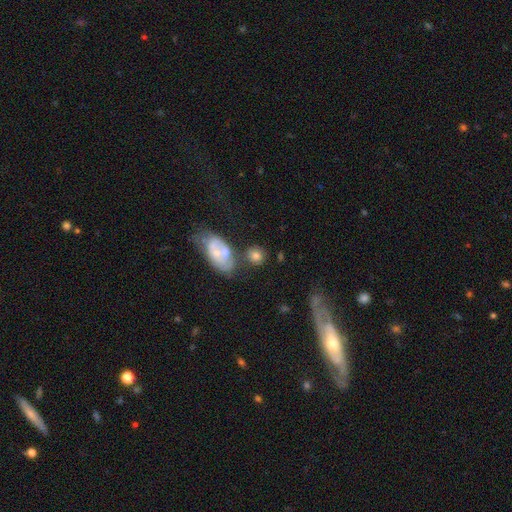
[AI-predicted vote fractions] Smooth or featured?
  - smooth: 72% *
  - featured or disk: 18%
  - star or artifact: 9%
How rounded?
  - round: 73% *
  - in between: 25%
  - cigar-shaped: 2%
Merging?
  - none: 55% *
  - merger: 22%
  - minor disturbance: 15%
  - major disturbance: 7%